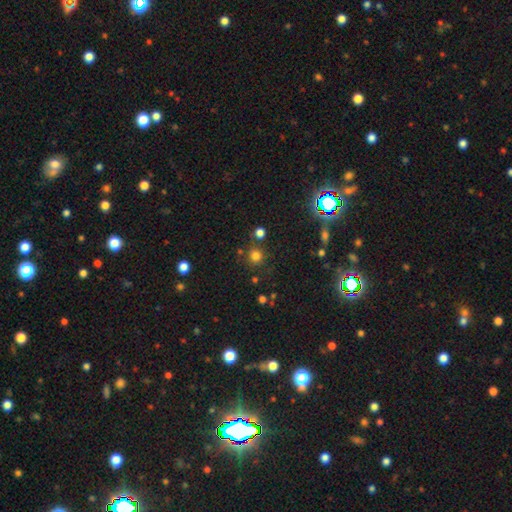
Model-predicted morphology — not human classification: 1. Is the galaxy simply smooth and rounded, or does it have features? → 75% smooth, 20% star or artifact, 6% featured or disk.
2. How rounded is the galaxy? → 92% round, 7% in between, 1% cigar-shaped.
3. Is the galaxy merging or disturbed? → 80% none, 8% minor disturbance, 8% merger, 4% major disturbance.